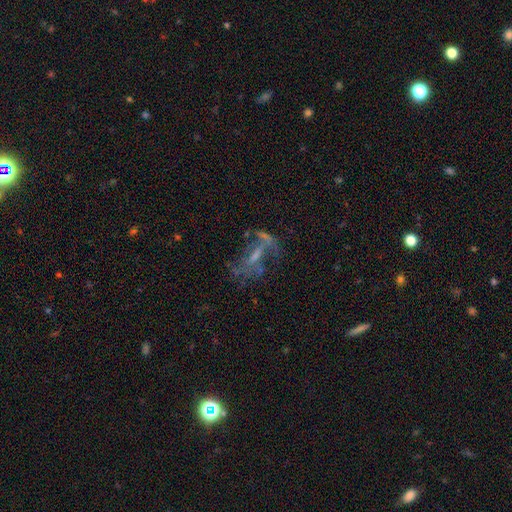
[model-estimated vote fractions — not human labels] Smooth or featured: featured or disk — 65% (star or artifact — 18%)
Edge-on disk: no — 89% (yes — 11%)
Bar: no — 41% (weak — 37%)
Spiral arms: no — 52% (yes — 48%)
Bulge size: small — 41% (none — 33%)
Merging: none — 42% (major disturbance — 33%)